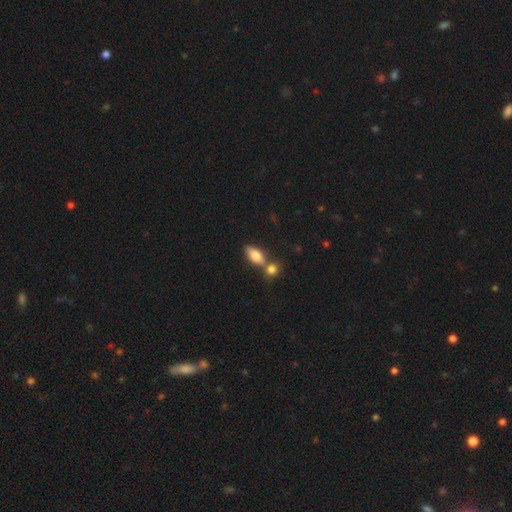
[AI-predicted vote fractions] smooth-or-featured: smooth: 76% | featured or disk: 17% | star or artifact: 7%
  how-rounded: in between: 83% | cigar-shaped: 11% | round: 6%
  merging: none: 47% | merger: 39% | minor disturbance: 10% | major disturbance: 3%